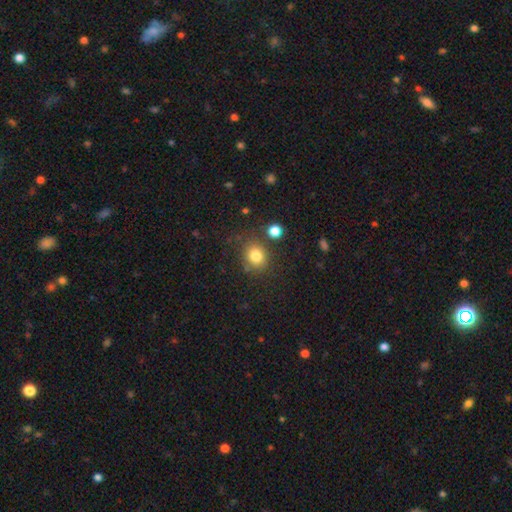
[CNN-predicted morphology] Smooth or featured?
  - smooth: 81% *
  - star or artifact: 12%
  - featured or disk: 7%
How rounded?
  - round: 74% *
  - in between: 25%
  - cigar-shaped: 1%
Merging?
  - none: 78% *
  - minor disturbance: 11%
  - merger: 7%
  - major disturbance: 4%